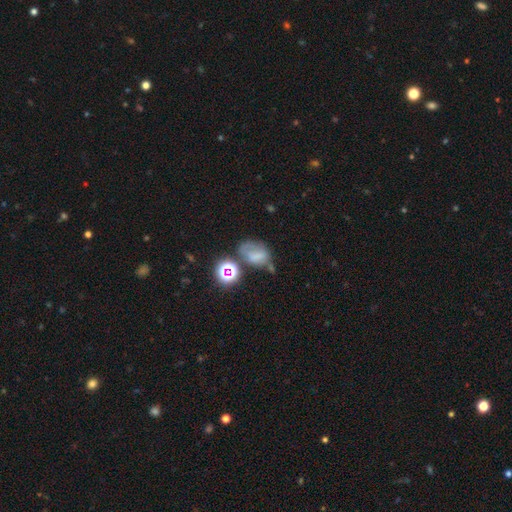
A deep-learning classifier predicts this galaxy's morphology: smooth 51%, featured or disk 26%, star or artifact 23%. Down the decision tree: how rounded — in between (69%); merging — none (37%).